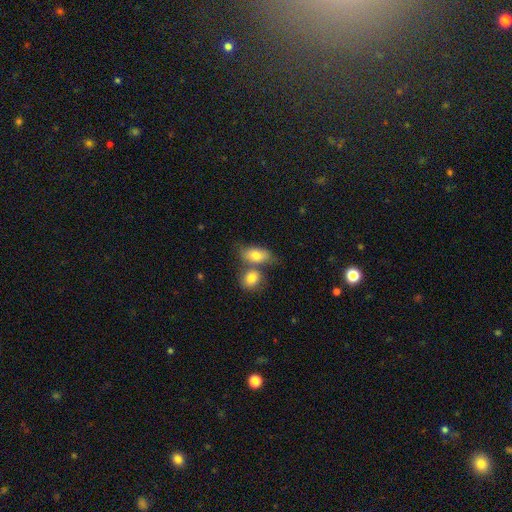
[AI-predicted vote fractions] Q: Smooth or featured?
A: smooth (79%); runner-up: featured or disk (14%)
Q: How rounded?
A: in between (84%); runner-up: round (12%)
Q: Merging?
A: merger (45%); runner-up: none (39%)